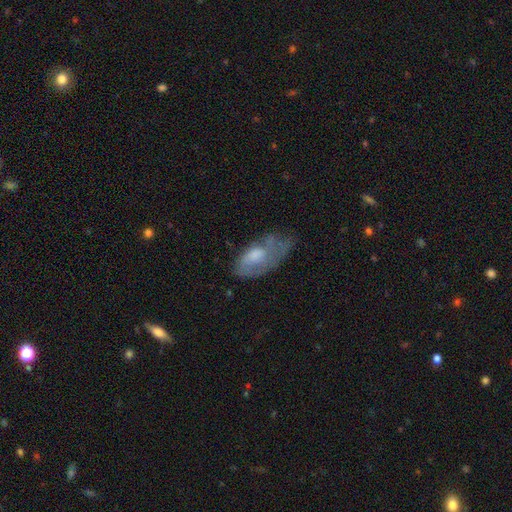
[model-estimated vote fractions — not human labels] Smooth or featured? smooth (50%)
Merging? minor disturbance (33%)